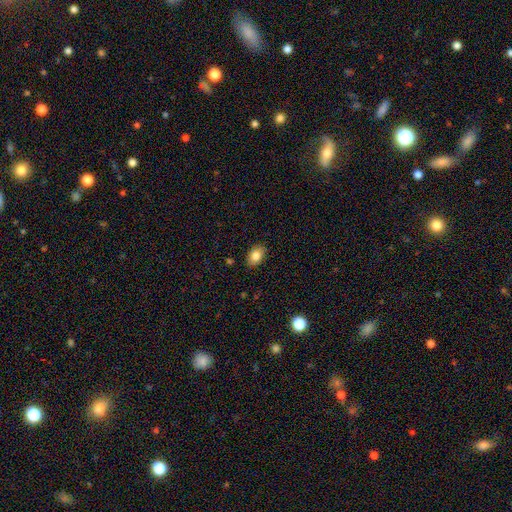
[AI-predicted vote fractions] A smooth galaxy with no disk features (83%) that is in between round and cigar-shaped (83%).

Vote fractions:
- Smooth or featured? smooth: 83% / featured or disk: 8% / star or artifact: 8%
- How rounded? in between: 83% / round: 16% / cigar-shaped: 1%
- Merging? none: 87% / minor disturbance: 10% / major disturbance: 2% / merger: 1%